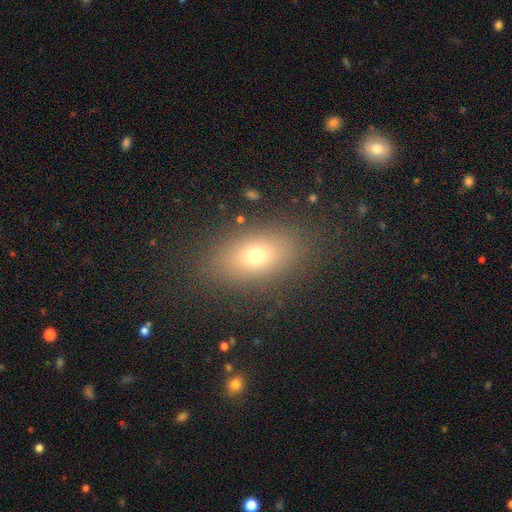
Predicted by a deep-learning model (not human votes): Smooth or featured? smooth (68%)
How rounded? in between (82%)
Merging? none (86%)